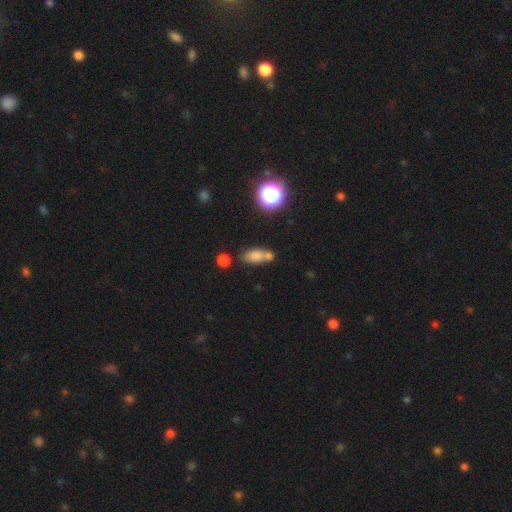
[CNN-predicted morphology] A smooth galaxy with no disk features (75%) that is in between round and cigar-shaped (75%). Merging: none (49%).